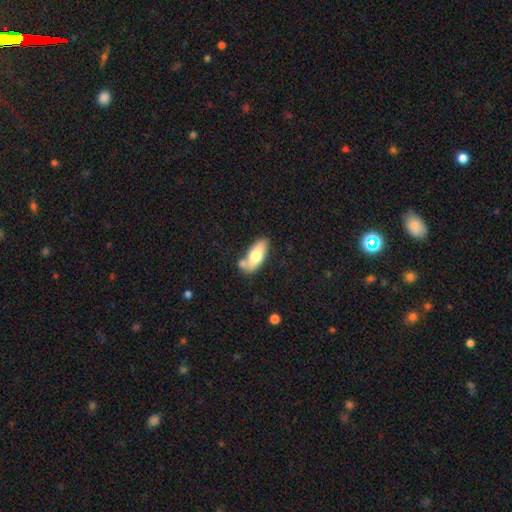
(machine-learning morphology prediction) A smooth galaxy with no disk features (68%) that is in between round and cigar-shaped (83%).

Vote fractions:
- Smooth or featured? smooth: 68% / featured or disk: 26% / star or artifact: 6%
- How rounded? in between: 83% / cigar-shaped: 14% / round: 3%
- Merging? none: 60% / minor disturbance: 18% / merger: 18% / major disturbance: 5%